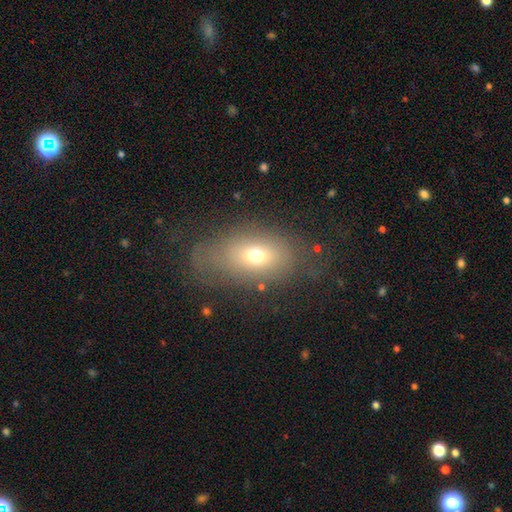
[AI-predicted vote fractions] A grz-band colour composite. It shows a smooth galaxy with no disk features (65%) that is in between round and cigar-shaped (77%). Merging: none (54%).